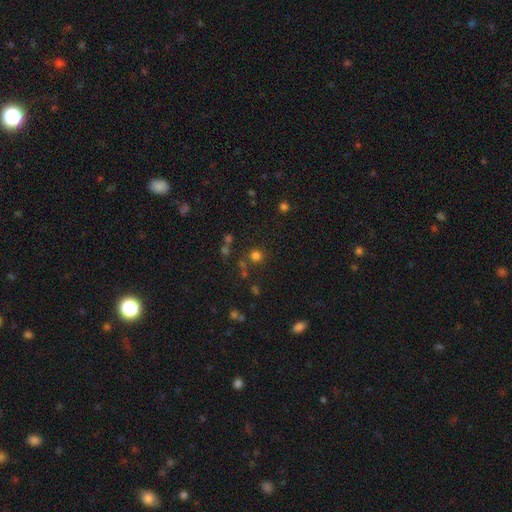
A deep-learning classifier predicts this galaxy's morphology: This appears to be a smooth galaxy with no disk features (72%) that is round (91%). Merging: none (79%).